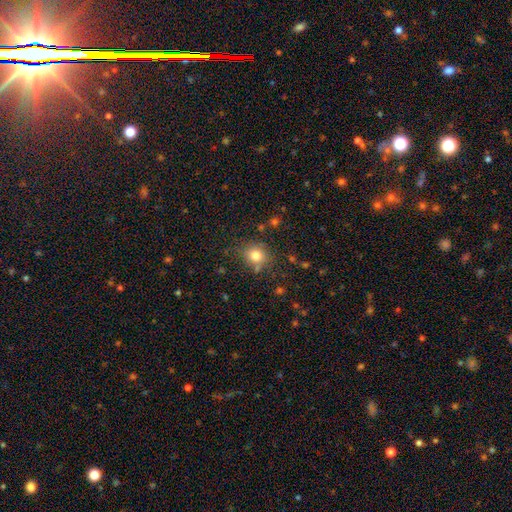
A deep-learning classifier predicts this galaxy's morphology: Smooth or featured?
  - smooth: 78% *
  - star or artifact: 14%
  - featured or disk: 9%
How rounded?
  - round: 75% *
  - in between: 24%
  - cigar-shaped: 1%
Merging?
  - none: 76% *
  - minor disturbance: 14%
  - merger: 6%
  - major disturbance: 4%